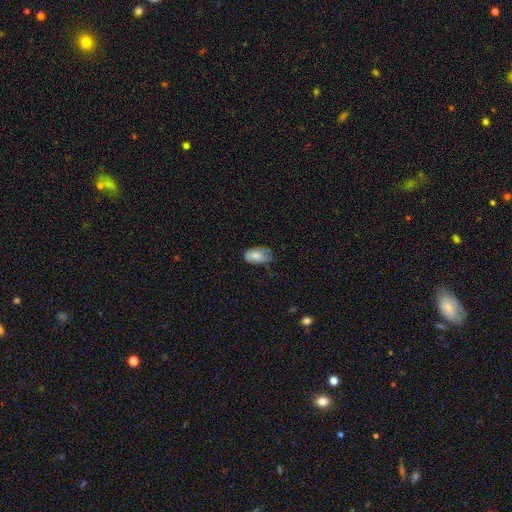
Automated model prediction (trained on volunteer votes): This appears to be a smooth galaxy with no disk features (75%) that is in between round and cigar-shaped (93%). Merging: none (50%).